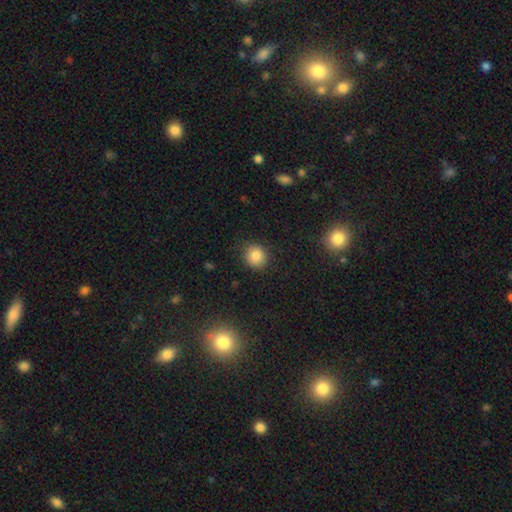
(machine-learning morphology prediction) type=smooth (84%); roundness=round (86%); merging=none (86%).